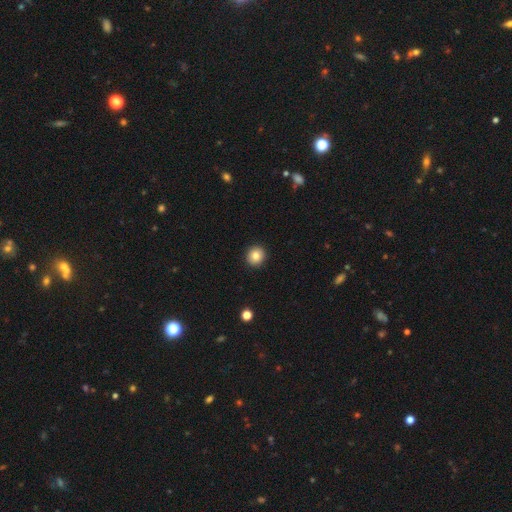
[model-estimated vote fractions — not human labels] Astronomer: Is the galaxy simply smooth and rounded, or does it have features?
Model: smooth — 82%.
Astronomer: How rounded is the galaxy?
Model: round — 90%.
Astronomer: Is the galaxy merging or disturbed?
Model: none — 93%.